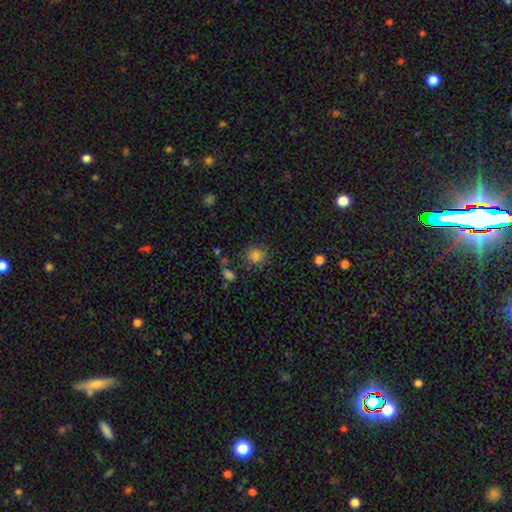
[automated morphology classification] smooth-or-featured: smooth: 82% | star or artifact: 13% | featured or disk: 5%
  how-rounded: round: 84% | in between: 15% | cigar-shaped: 1%
  merging: none: 79% | minor disturbance: 12% | merger: 5% | major disturbance: 4%